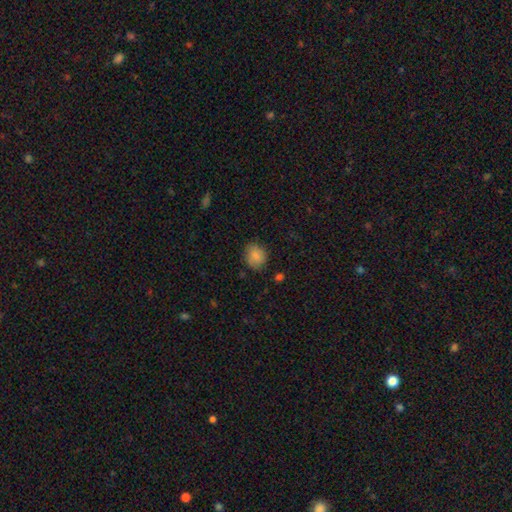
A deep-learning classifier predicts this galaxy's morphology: Smooth or featured? smooth (85%)
How rounded? round (66%)
Merging? none (78%)